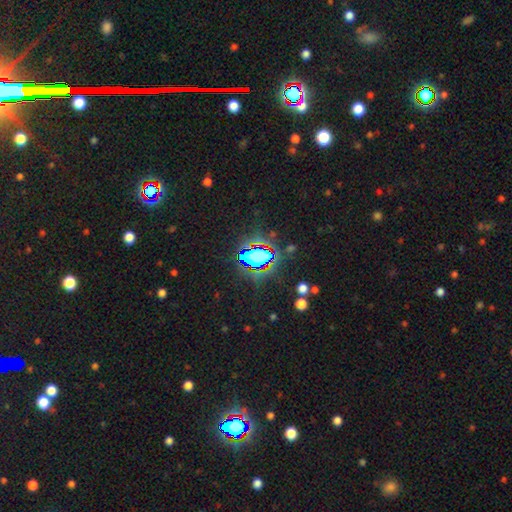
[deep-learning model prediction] Smooth or featured?
  - star or artifact: 62% *
  - smooth: 26%
  - featured or disk: 12%